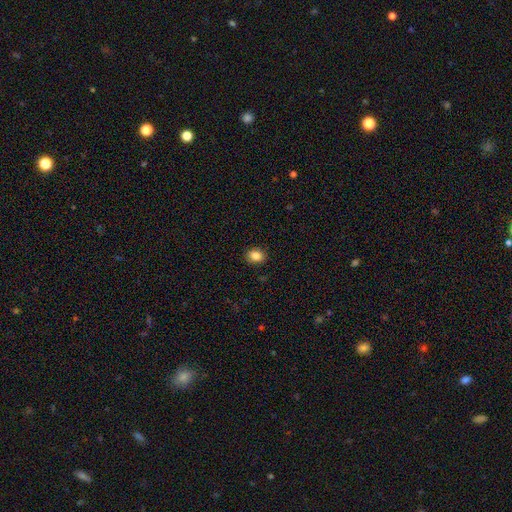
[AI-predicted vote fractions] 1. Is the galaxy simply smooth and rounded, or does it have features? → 85% smooth, 10% star or artifact, 5% featured or disk.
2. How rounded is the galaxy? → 51% in between, 49% round, 1% cigar-shaped.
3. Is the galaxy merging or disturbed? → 89% none, 8% minor disturbance, 2% major disturbance, 1% merger.